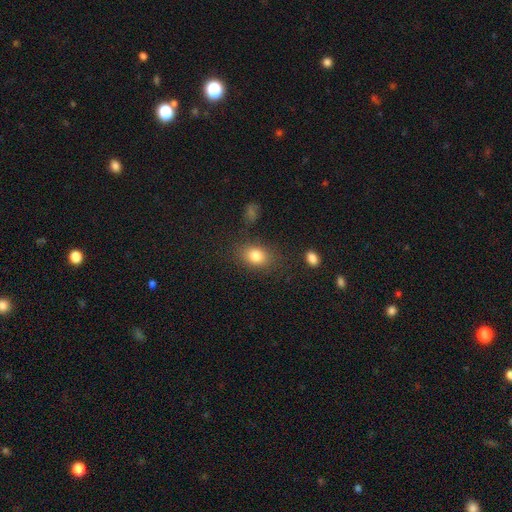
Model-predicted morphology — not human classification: Smooth or featured? smooth (82%)
How rounded? in between (67%)
Merging? none (79%)